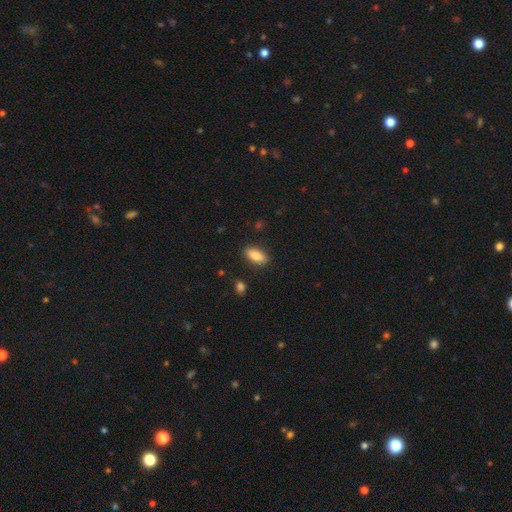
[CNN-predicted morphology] Overall: smooth (84%). How rounded: in between (83%). Merging: none (87%).